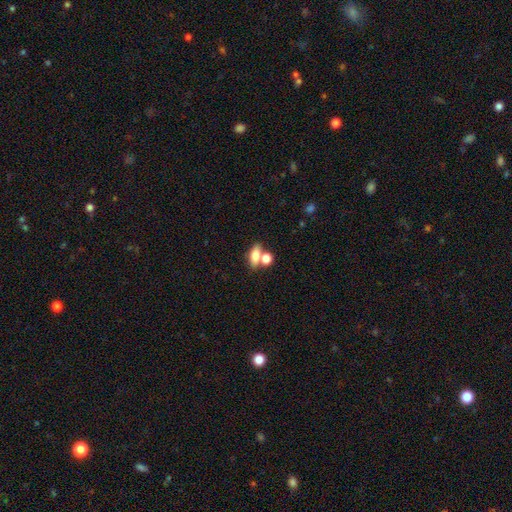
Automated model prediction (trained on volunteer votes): This is likely a smooth galaxy (76%). How rounded: likely in between (76%). Merging: marginally none (45%).